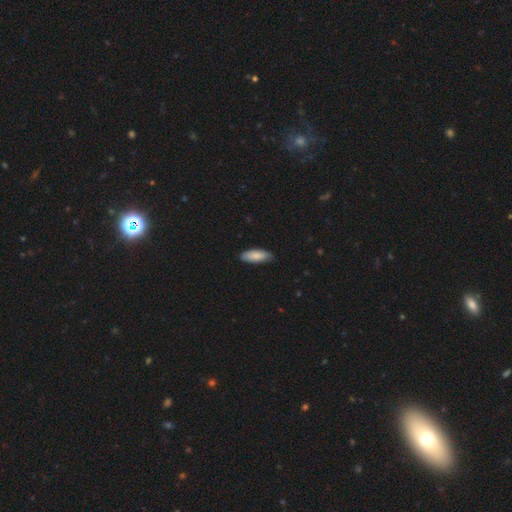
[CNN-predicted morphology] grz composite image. It shows a smooth galaxy with no disk features (86%) that is in between round and cigar-shaped (72%). Merging: none (83%).